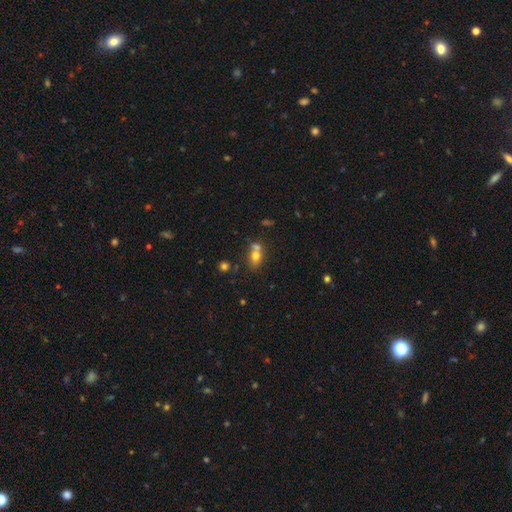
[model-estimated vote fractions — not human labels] Smooth or featured: smooth — 70% (featured or disk — 17%)
How rounded: in between — 63% (round — 34%)
Merging: merger — 47% (none — 38%)